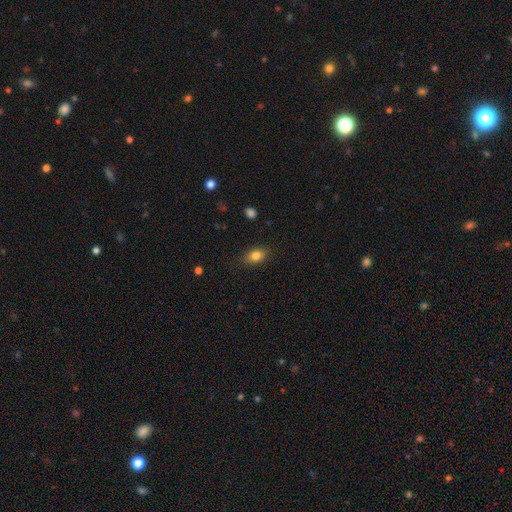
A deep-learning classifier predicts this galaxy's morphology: Smooth or featured? smooth (83%)
How rounded? in between (84%)
Merging? none (85%)